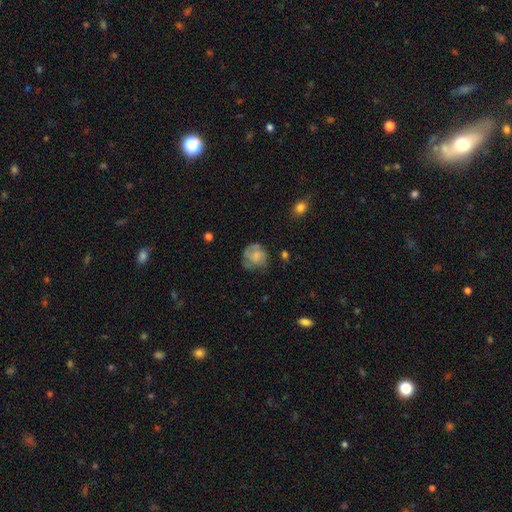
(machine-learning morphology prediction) The model was most divided on "merging": none: 52%, minor disturbance: 28%, major disturbance: 17%, merger: 3%. More confident: how rounded — round (78%); smooth or featured — smooth (58%).